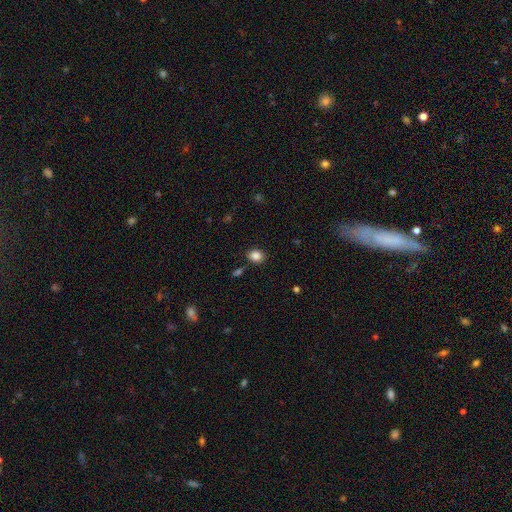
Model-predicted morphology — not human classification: Smooth or featured? smooth (85%)
How rounded? round (50%)
Merging? none (84%)